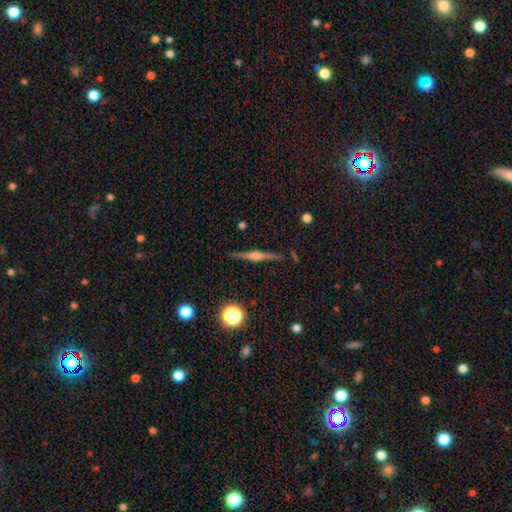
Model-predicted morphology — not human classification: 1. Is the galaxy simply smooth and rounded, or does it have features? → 77% featured or disk, 15% smooth, 8% star or artifact.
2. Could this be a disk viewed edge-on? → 98% yes, 2% no.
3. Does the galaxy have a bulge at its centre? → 80% rounded, 15% boxy, 5% none.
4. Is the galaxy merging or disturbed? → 90% none, 7% minor disturbance, 2% major disturbance, 1% merger.